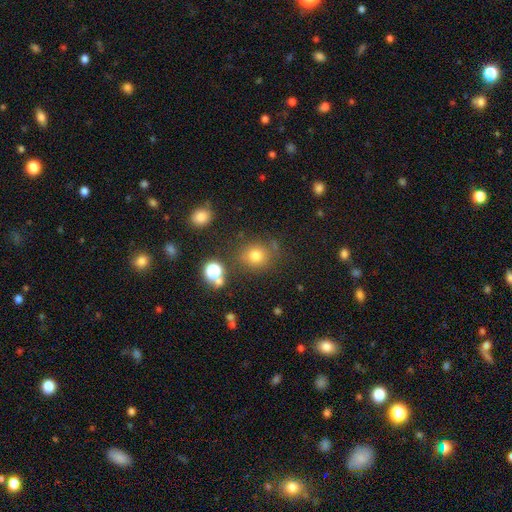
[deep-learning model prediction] Morphology: type=smooth (74%); roundness=round (85%); merging=none (78%).